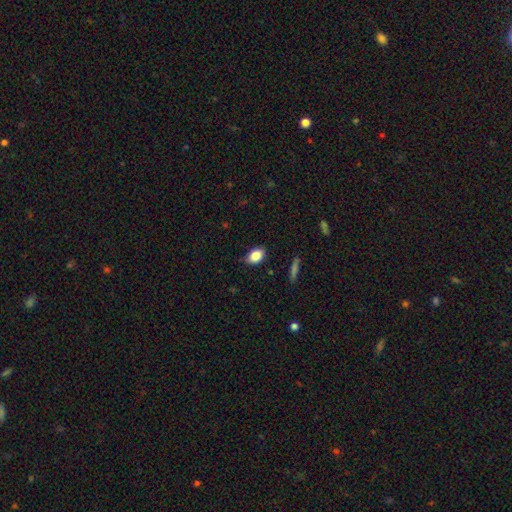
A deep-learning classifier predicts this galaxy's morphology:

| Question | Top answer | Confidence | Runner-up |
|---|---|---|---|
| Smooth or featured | smooth | 85% | star or artifact (8%) |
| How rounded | in between | 82% | round (16%) |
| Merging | none | 76% | minor disturbance (20%) |